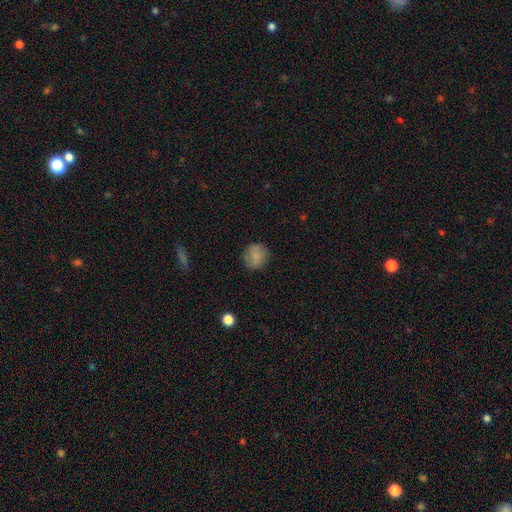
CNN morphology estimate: A smooth galaxy with no disk features (83%) that is round (78%). Merging: none (82%).